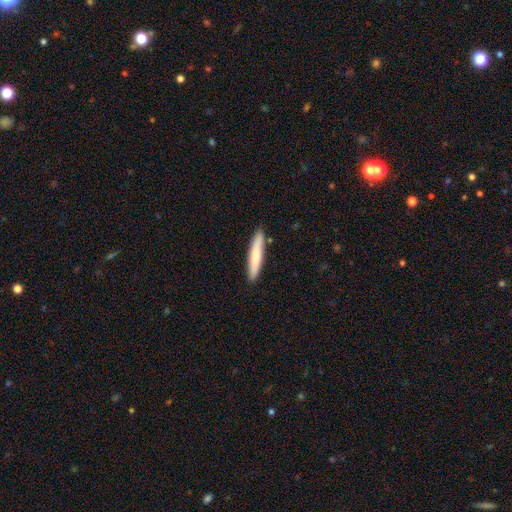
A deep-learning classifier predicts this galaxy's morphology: type=smooth (72%); roundness=cigar-shaped (92%); merging=none (89%).